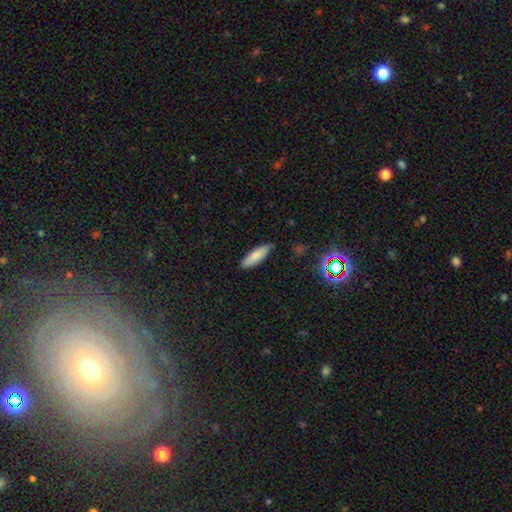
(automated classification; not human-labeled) Smooth or featured?
  - smooth: 83% *
  - featured or disk: 9%
  - star or artifact: 7%
How rounded?
  - cigar-shaped: 53% *
  - in between: 45%
  - round: 2%
Merging?
  - none: 83% *
  - minor disturbance: 14%
  - major disturbance: 2%
  - merger: 1%